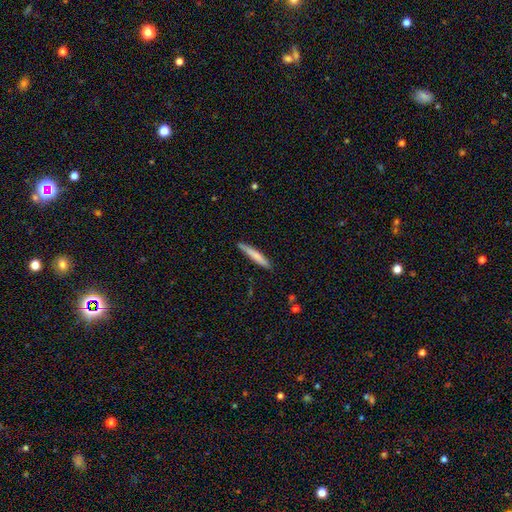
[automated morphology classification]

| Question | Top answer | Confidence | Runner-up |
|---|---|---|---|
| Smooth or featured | smooth | 72% | featured or disk (22%) |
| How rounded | cigar-shaped | 94% | in between (4%) |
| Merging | none | 86% | minor disturbance (10%) |